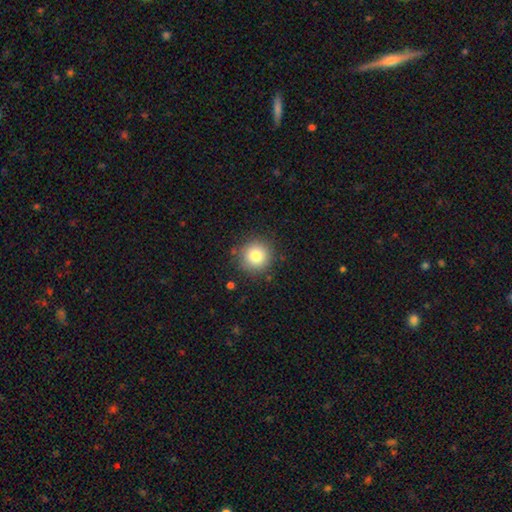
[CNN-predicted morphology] Smooth or featured?
  - smooth: 81% *
  - star or artifact: 11%
  - featured or disk: 9%
How rounded?
  - round: 94% *
  - in between: 5%
  - cigar-shaped: 1%
Merging?
  - none: 87% *
  - minor disturbance: 8%
  - major disturbance: 3%
  - merger: 2%